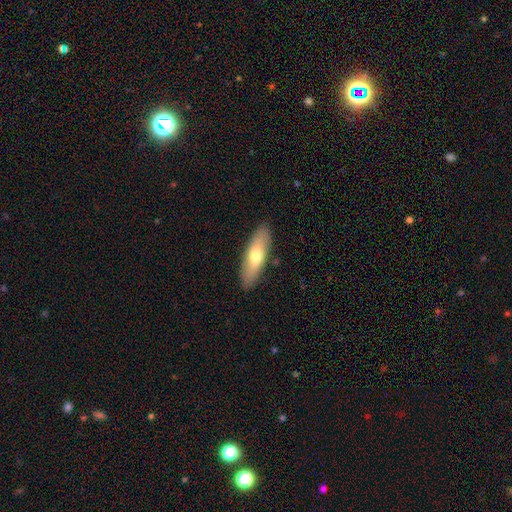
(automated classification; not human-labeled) smooth 64%, featured or disk 30%, star or artifact 6%. Down the decision tree: how rounded — in between (52%); merging — none (88%).